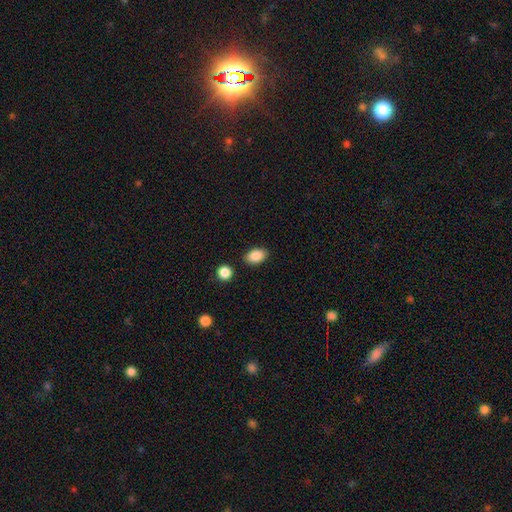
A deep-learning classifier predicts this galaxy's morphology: This appears to be a smooth galaxy with no disk features (87%) that is in between round and cigar-shaped (86%). Merging: none (86%).